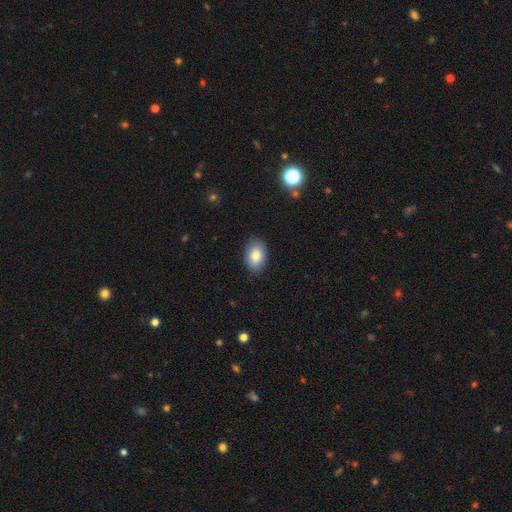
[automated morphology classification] Smooth or featured? smooth (83%)
How rounded? in between (87%)
Merging? none (86%)